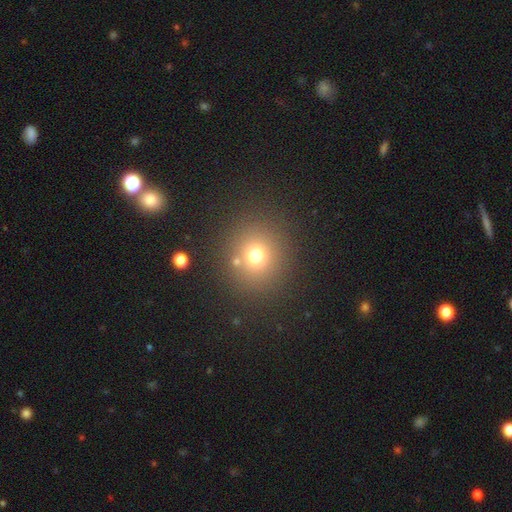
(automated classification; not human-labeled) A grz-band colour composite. It shows a smooth galaxy with no disk features (71%) that is round (88%). Merging: none (83%).